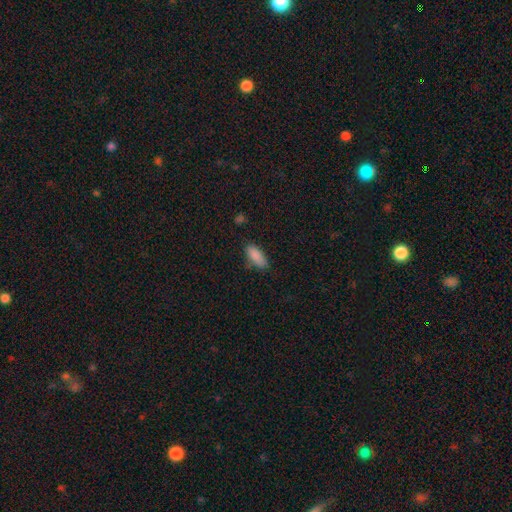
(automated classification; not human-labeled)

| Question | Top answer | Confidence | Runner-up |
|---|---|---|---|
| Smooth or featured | smooth | 88% | star or artifact (7%) |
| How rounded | in between | 81% | cigar-shaped (17%) |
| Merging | none | 74% | minor disturbance (20%) |